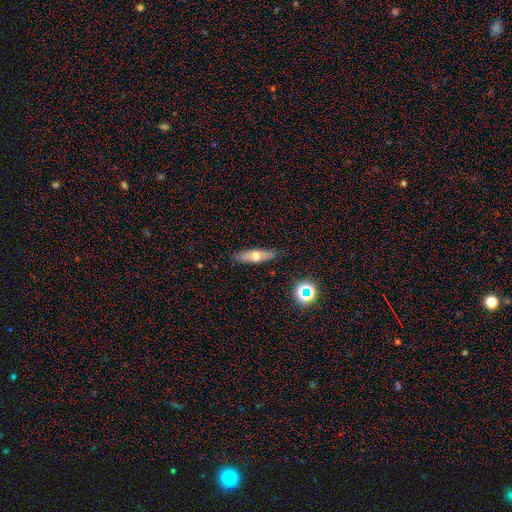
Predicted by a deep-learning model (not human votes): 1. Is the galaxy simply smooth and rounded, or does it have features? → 53% smooth, 39% featured or disk, 8% star or artifact.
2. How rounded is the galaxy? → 54% cigar-shaped, 42% in between, 4% round.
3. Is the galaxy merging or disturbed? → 87% none, 10% minor disturbance, 2% major disturbance, 1% merger.